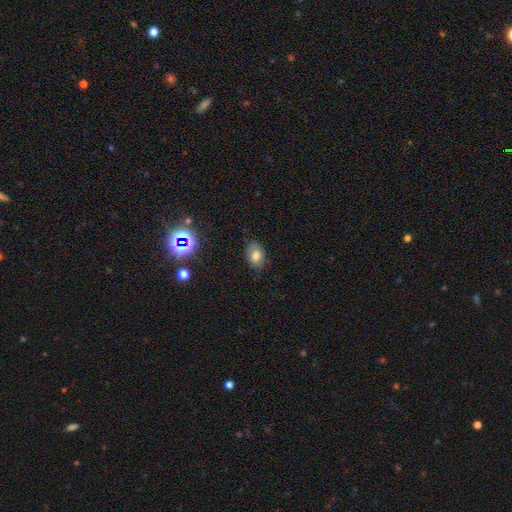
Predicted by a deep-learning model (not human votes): This is likely a smooth galaxy (73%). How rounded: likely in between (79%). Merging: likely none (70%).